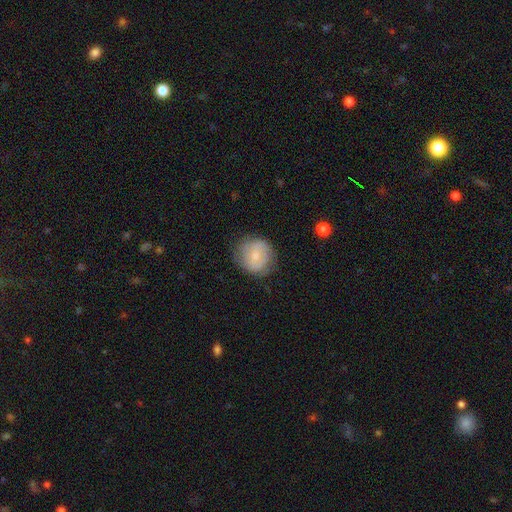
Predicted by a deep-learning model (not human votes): Smooth or featured? Predicted: smooth (p=0.62). How rounded? Predicted: round (p=0.87). Merging? Predicted: none (p=0.72).